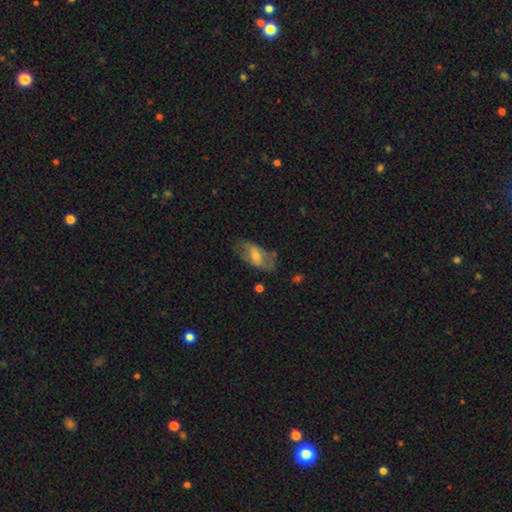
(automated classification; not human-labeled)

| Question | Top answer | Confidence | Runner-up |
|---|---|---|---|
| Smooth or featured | smooth | 51% | featured or disk (41%) |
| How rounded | in between | 88% | cigar-shaped (7%) |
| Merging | none | 59% | minor disturbance (25%) |